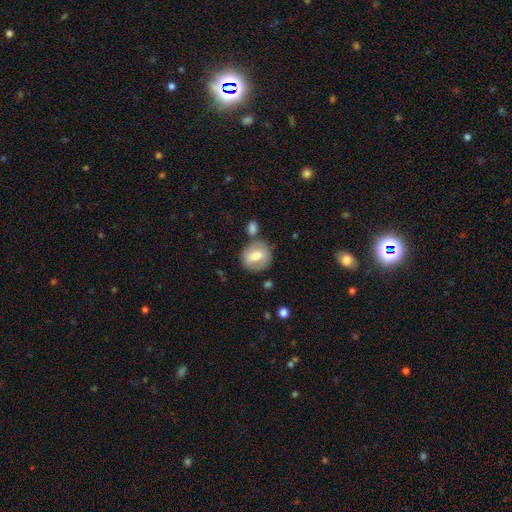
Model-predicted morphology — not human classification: smooth 58%, featured or disk 35%, star or artifact 7%. Down the decision tree: how rounded — round (74%); merging — none (66%).